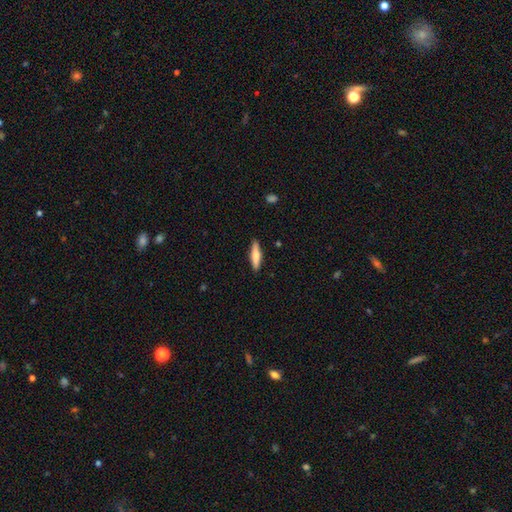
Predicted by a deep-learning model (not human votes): A smooth galaxy with no disk features (66%) that is cigar-shaped (79%). Merging: none (89%).